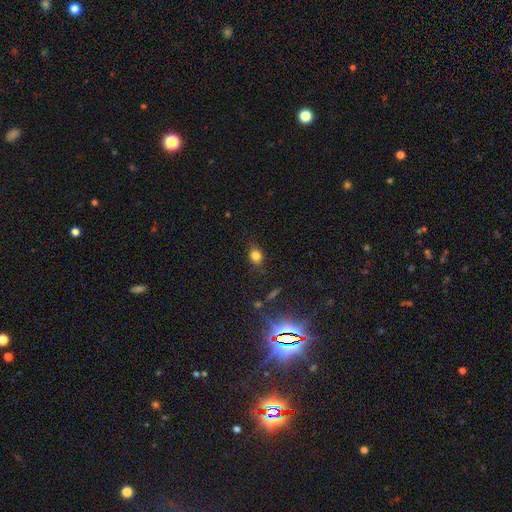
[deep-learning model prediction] This appears to be a smooth galaxy with no disk features (77%) that is round (54%). Merging: none (77%).